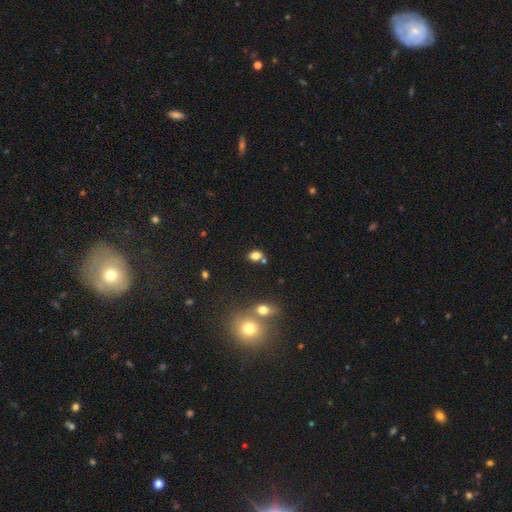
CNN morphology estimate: smooth 77%, star or artifact 15%, featured or disk 8%. Down the decision tree: how rounded — in between (64%); merging — none (63%).